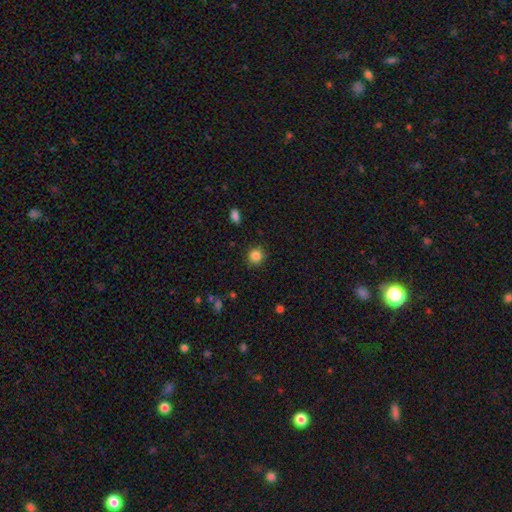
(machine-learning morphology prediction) smooth 86%, star or artifact 10%, featured or disk 4%. Down the decision tree: how rounded — round (92%); merging — none (90%).